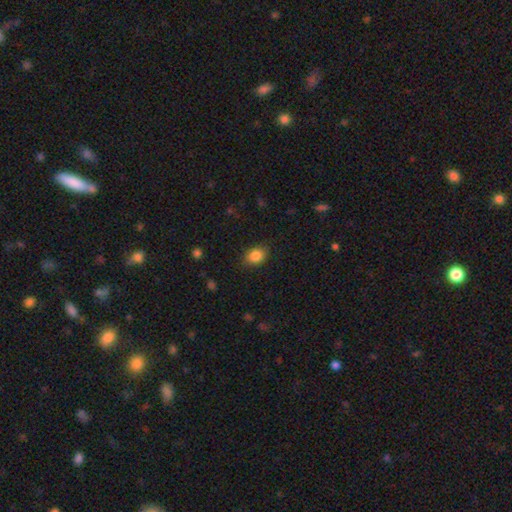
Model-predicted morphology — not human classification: type=smooth (86%); roundness=in between (58%); merging=none (82%).